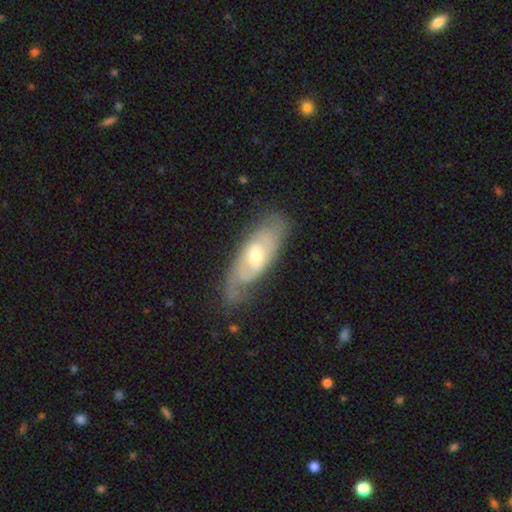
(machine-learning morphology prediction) featured or disk 73%, smooth 21%, star or artifact 6%. Down the decision tree: edge-on disk — no (86%); bar — no (58%); spiral arms — yes (83%); spiral arm count — 2 (49%); spiral winding — tight (51%); bulge size — moderate (53%); merging — none (69%).